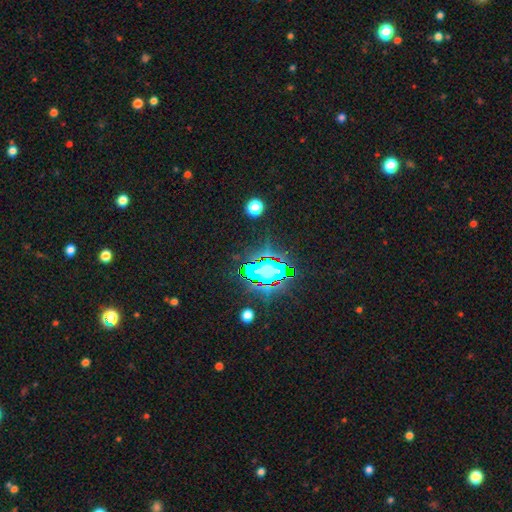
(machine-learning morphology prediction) type=star or artifact (83%).